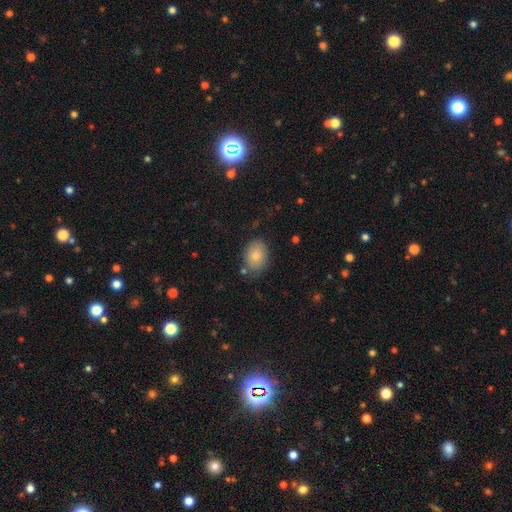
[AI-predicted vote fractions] Smooth or featured?
  - smooth: 80% *
  - featured or disk: 12%
  - star or artifact: 8%
How rounded?
  - in between: 73% *
  - round: 26%
  - cigar-shaped: 1%
Merging?
  - none: 76% *
  - minor disturbance: 17%
  - major disturbance: 4%
  - merger: 3%